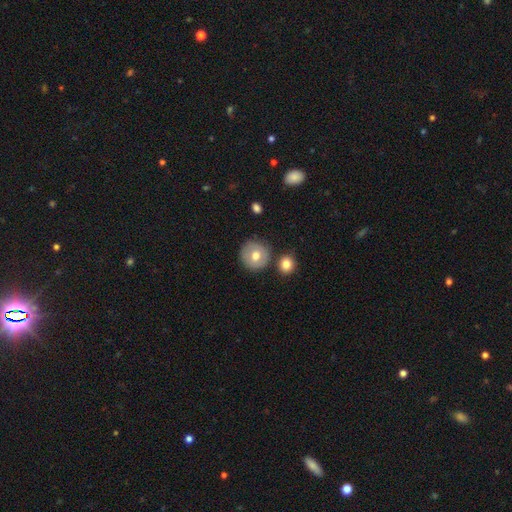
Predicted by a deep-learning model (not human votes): Smooth or featured?
  - smooth: 69% *
  - featured or disk: 23%
  - star or artifact: 8%
How rounded?
  - round: 93% *
  - in between: 6%
  - cigar-shaped: 1%
Merging?
  - none: 81% *
  - minor disturbance: 10%
  - merger: 7%
  - major disturbance: 3%